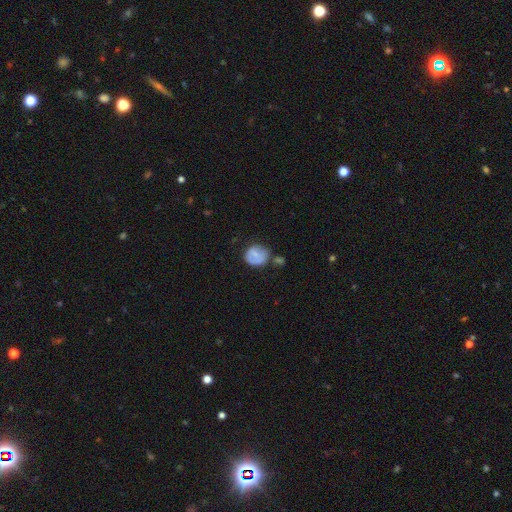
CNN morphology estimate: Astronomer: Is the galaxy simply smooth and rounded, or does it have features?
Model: smooth — 62%.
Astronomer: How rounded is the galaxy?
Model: round — 74%.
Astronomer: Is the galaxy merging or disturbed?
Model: none — 54%.